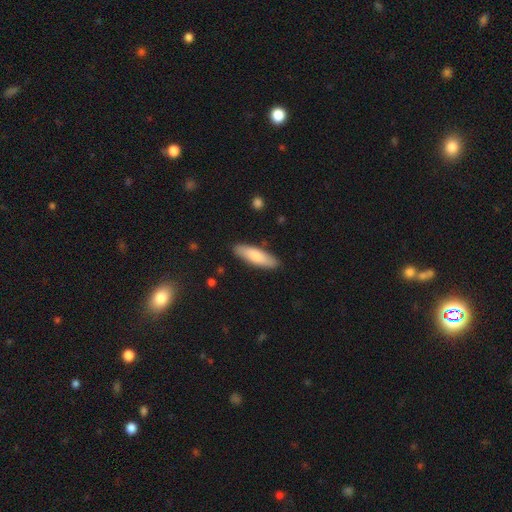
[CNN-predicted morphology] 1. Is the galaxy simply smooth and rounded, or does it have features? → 79% smooth, 16% featured or disk, 5% star or artifact.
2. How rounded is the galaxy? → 55% cigar-shaped, 43% in between, 2% round.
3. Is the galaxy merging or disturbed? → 88% none, 9% minor disturbance, 2% major disturbance, 1% merger.